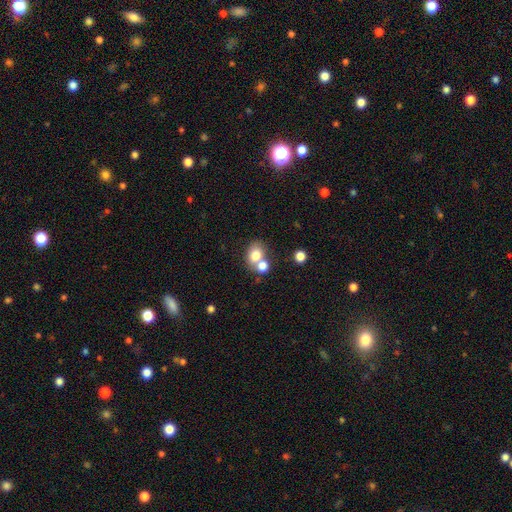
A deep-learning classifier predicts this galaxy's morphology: Smooth or featured: smooth — 76% (featured or disk — 14%)
How rounded: round — 50% (in between — 49%)
Merging: merger — 45% (none — 42%)